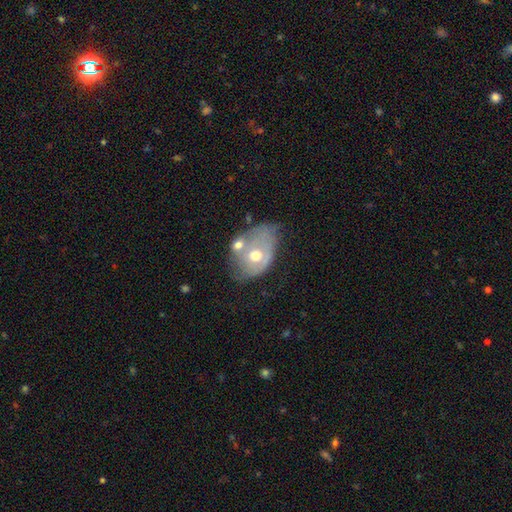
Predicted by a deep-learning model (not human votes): Smooth or featured?
  - featured or disk: 49% *
  - smooth: 43%
  - star or artifact: 8%
Merging?
  - merger: 33% *
  - none: 24%
  - minor disturbance: 24%
  - major disturbance: 19%